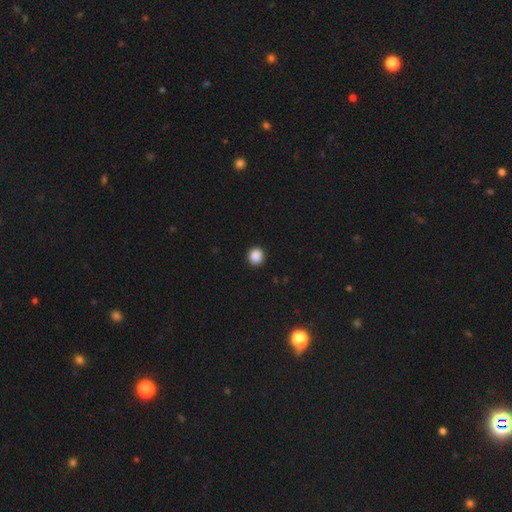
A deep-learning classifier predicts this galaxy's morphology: smooth-or-featured: smooth: 89% | star or artifact: 9% | featured or disk: 2%
  how-rounded: round: 87% | in between: 12% | cigar-shaped: 1%
  merging: none: 92% | minor disturbance: 5% | major disturbance: 2% | merger: 1%